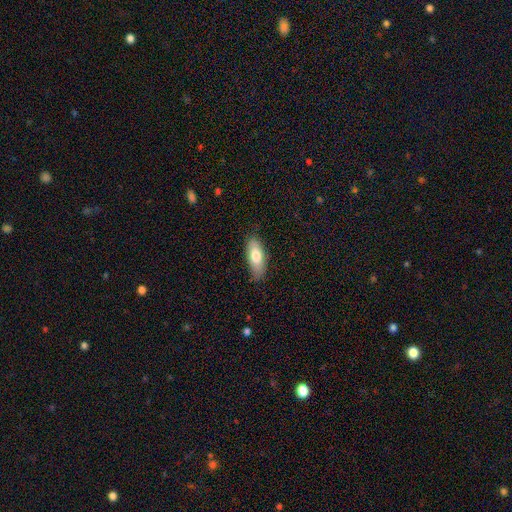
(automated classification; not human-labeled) Morphology: type=smooth (76%); roundness=in between (76%); merging=none (78%).